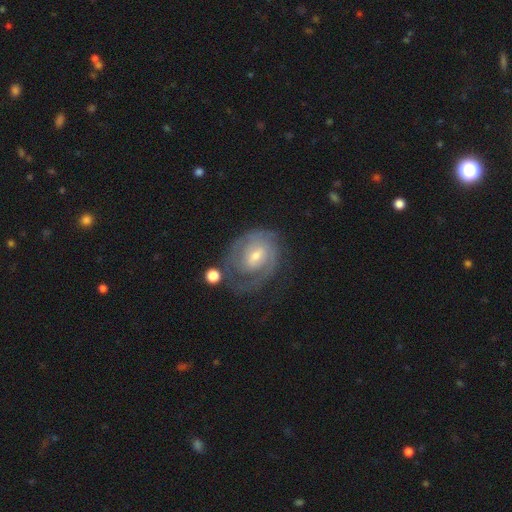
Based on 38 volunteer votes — Volunteers were most divided on "bulge size": moderate: 55%, small: 45%, dominant: 0%, large: 0%, none: 0%. More confident: edge-on disk — no (100%); spiral arms — yes (100%); smooth or featured — featured or disk (87%); merging — none (83%); bar — weak (76%); spiral winding — tight (73%); spiral arm count — 2 (55%).